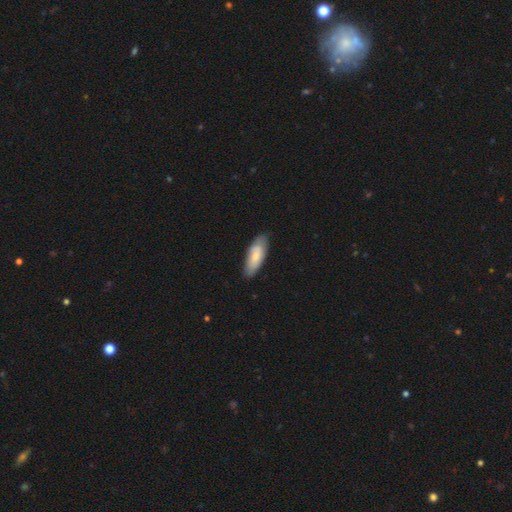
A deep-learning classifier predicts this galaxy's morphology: smooth 69%, featured or disk 26%, star or artifact 5%. Down the decision tree: how rounded — in between (73%); merging — none (75%).